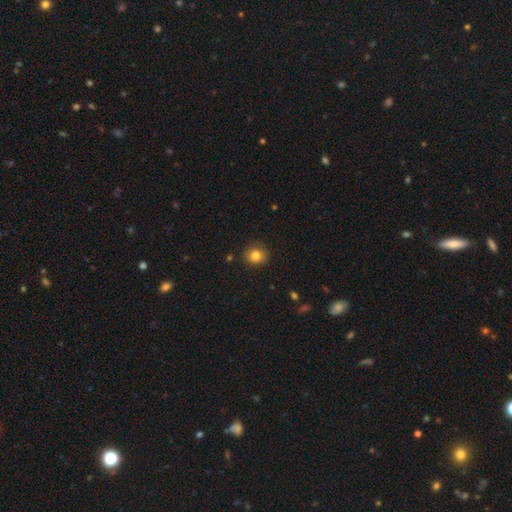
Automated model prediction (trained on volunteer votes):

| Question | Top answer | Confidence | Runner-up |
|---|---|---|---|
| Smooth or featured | smooth | 82% | star or artifact (11%) |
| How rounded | round | 87% | in between (12%) |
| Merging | none | 88% | minor disturbance (8%) |